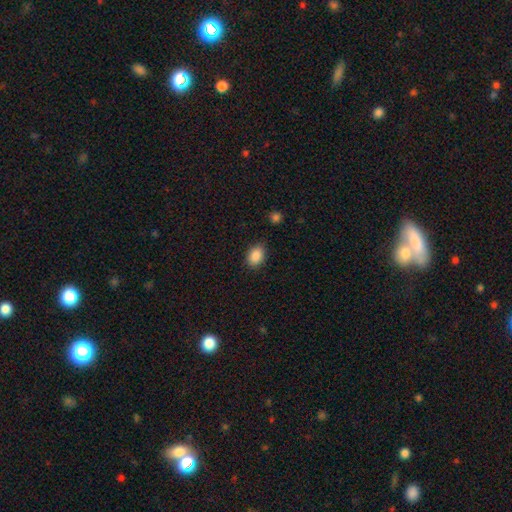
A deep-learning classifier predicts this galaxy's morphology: smooth-or-featured: smooth: 88% | star or artifact: 8% | featured or disk: 4%
  how-rounded: in between: 76% | round: 23% | cigar-shaped: 1%
  merging: none: 83% | minor disturbance: 13% | major disturbance: 3% | merger: 2%